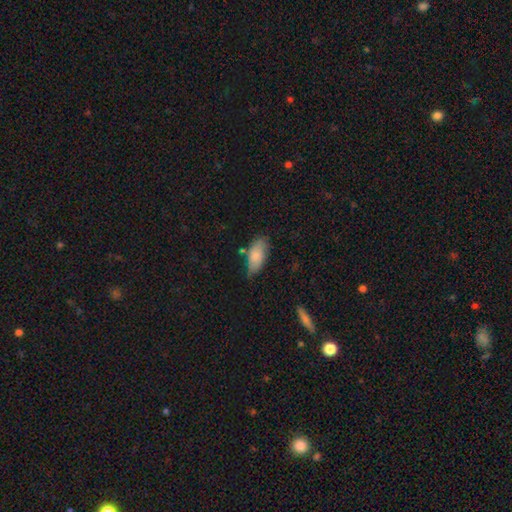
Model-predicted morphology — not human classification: Smooth or featured?
  - smooth: 80% *
  - featured or disk: 13%
  - star or artifact: 7%
How rounded?
  - in between: 90% *
  - cigar-shaped: 8%
  - round: 3%
Merging?
  - none: 58% *
  - minor disturbance: 32%
  - major disturbance: 6%
  - merger: 4%